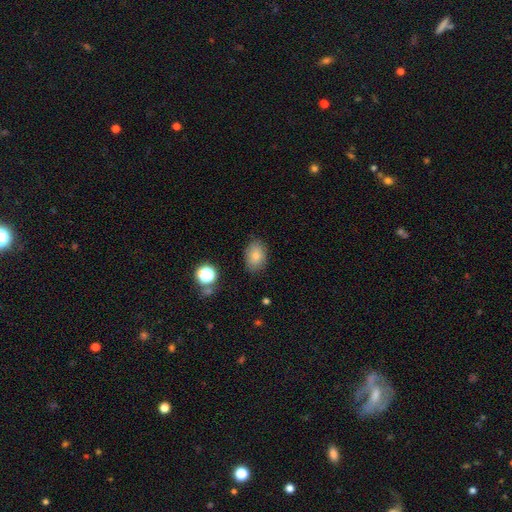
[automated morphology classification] This appears to be a smooth galaxy with no disk features (78%) that is in between round and cigar-shaped (77%). Merging: none (82%).